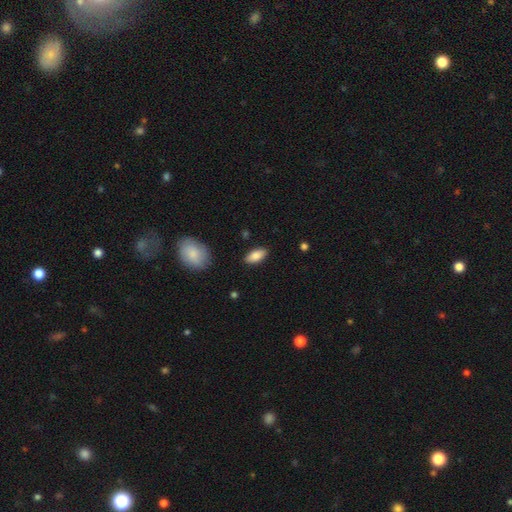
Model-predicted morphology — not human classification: Smooth or featured? Predicted: smooth (p=0.84). How rounded? Predicted: in between (p=0.87). Merging? Predicted: none (p=0.87).